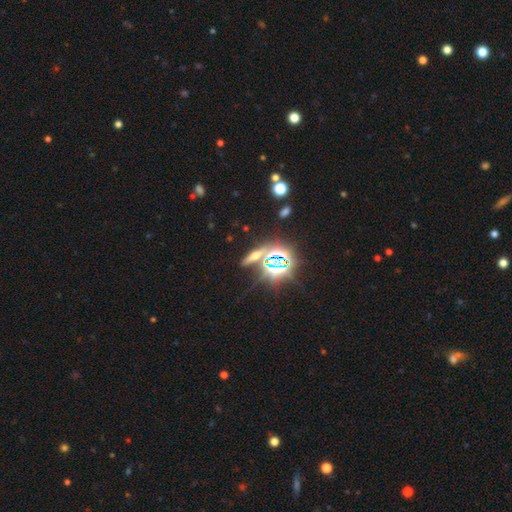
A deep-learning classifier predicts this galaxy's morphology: A star or artifact, not a galaxy (47%).